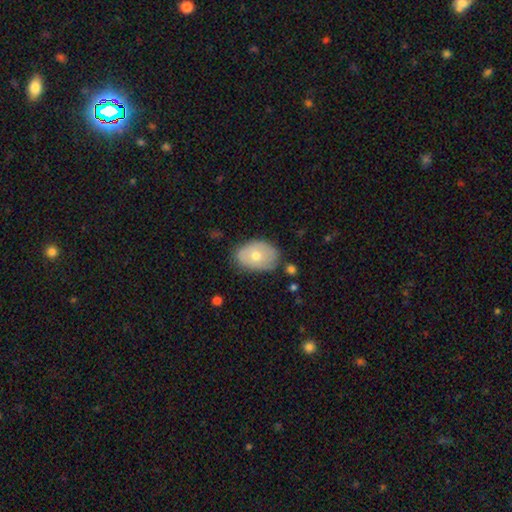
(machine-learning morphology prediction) The model was most divided on "smooth or featured": smooth: 63%, featured or disk: 30%, star or artifact: 7%. More confident: how rounded — in between (81%); merging — none (71%).